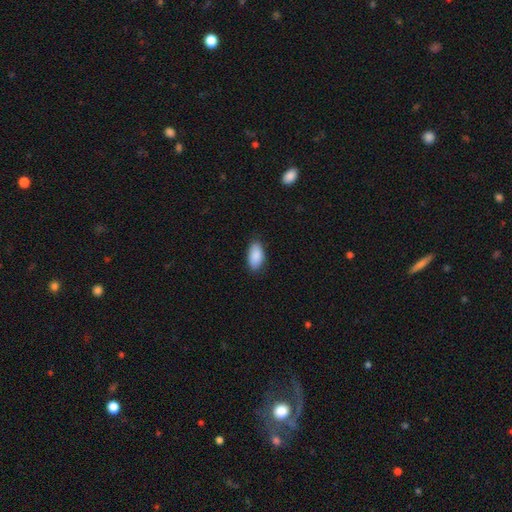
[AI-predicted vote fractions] Smooth or featured? Predicted: smooth (p=0.90). How rounded? Predicted: in between (p=0.94). Merging? Predicted: none (p=0.85).